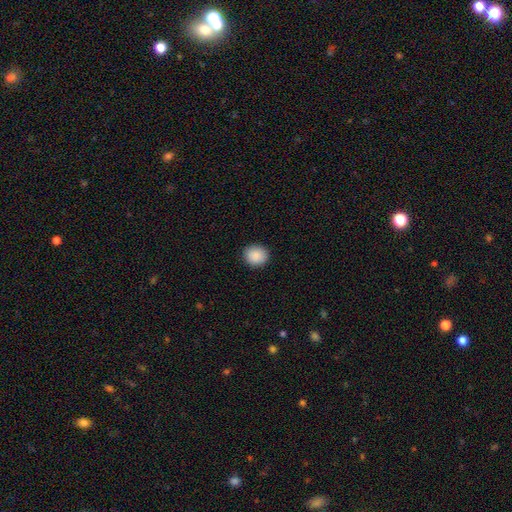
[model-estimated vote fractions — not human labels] smooth-or-featured: smooth: 90% | star or artifact: 8% | featured or disk: 3%
  how-rounded: round: 82% | in between: 18% | cigar-shaped: 1%
  merging: none: 91% | minor disturbance: 6% | major disturbance: 2% | merger: 1%